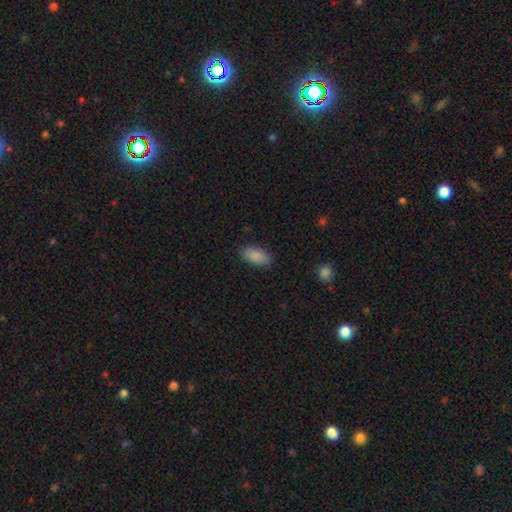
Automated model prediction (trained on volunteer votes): smooth 87%, star or artifact 7%, featured or disk 6%. Down the decision tree: how rounded — in between (94%); merging — none (85%).